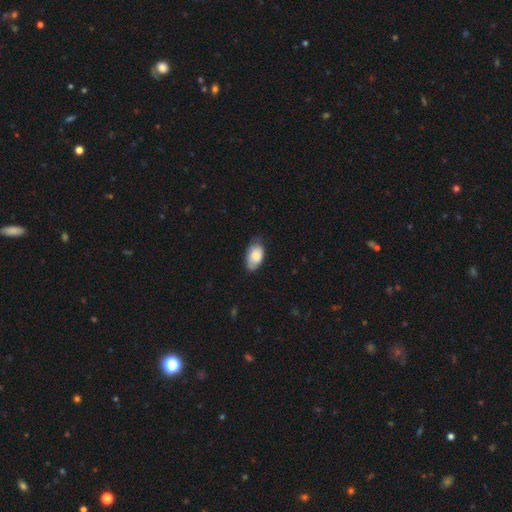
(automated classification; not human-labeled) Smooth or featured? smooth (80%)
How rounded? in between (93%)
Merging? none (61%)